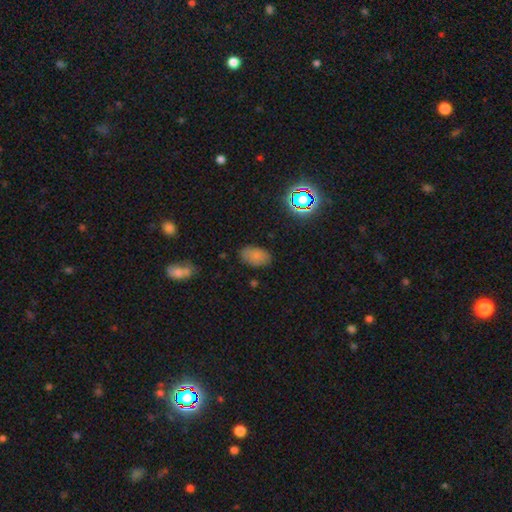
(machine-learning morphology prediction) Smooth or featured?
  - smooth: 76% *
  - star or artifact: 14%
  - featured or disk: 10%
How rounded?
  - in between: 91% *
  - round: 8%
  - cigar-shaped: 1%
Merging?
  - none: 81% *
  - minor disturbance: 14%
  - major disturbance: 3%
  - merger: 2%